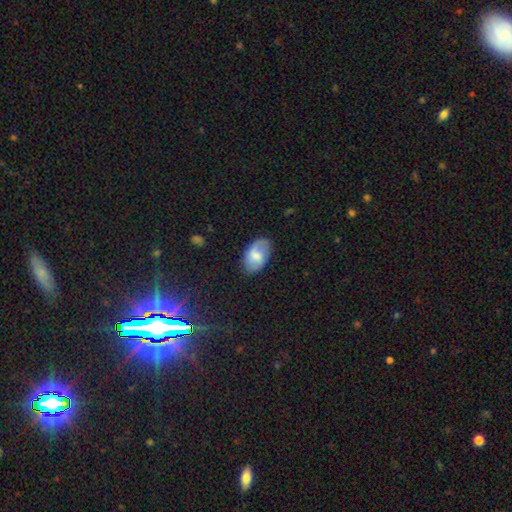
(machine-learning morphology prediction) Overall: smooth (62%; featured or disk 30%). How rounded: in between (93%). Merging: none (77%).